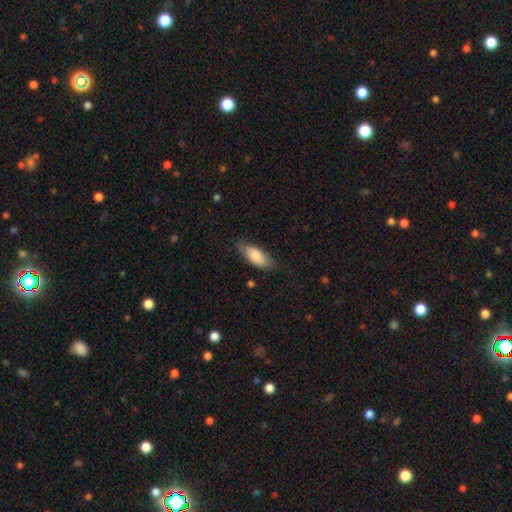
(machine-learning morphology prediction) Smooth or featured: smooth — 83% (featured or disk — 11%)
How rounded: in between — 82% (cigar-shaped — 16%)
Merging: none — 68% (minor disturbance — 25%)